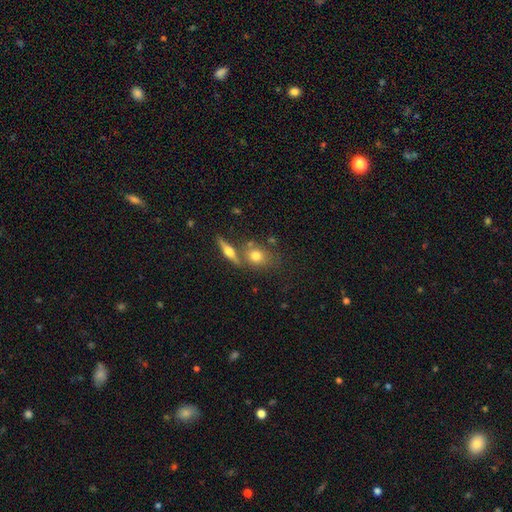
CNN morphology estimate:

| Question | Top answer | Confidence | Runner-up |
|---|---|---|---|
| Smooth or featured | smooth | 67% | featured or disk (23%) |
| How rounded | round | 49% | in between (46%) |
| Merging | none | 57% | merger (26%) |